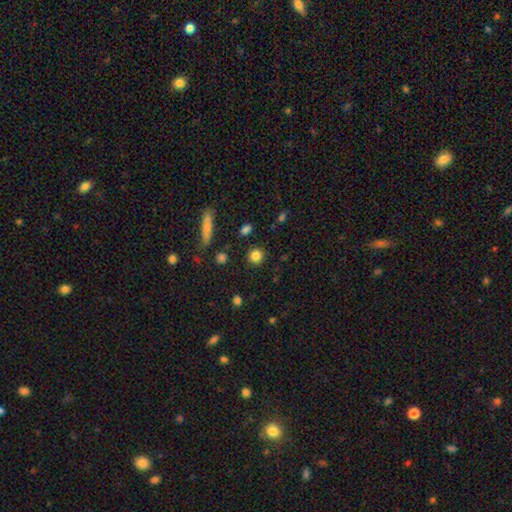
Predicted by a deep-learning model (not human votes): Morphology: type=smooth (83%); roundness=round (91%); merging=none (89%).